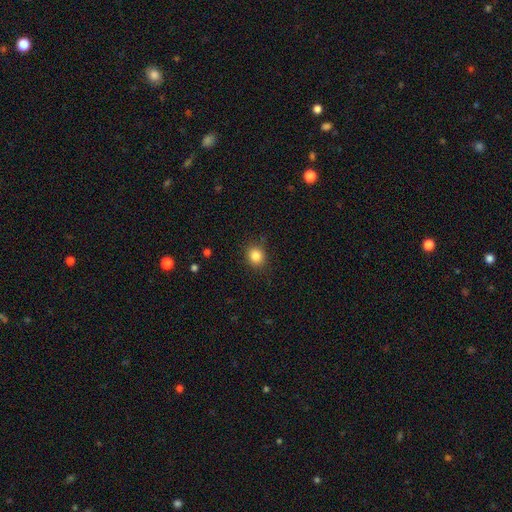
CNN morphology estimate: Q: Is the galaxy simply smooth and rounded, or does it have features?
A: smooth — 85%.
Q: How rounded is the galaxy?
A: round — 77%.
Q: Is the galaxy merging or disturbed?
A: none — 87%.